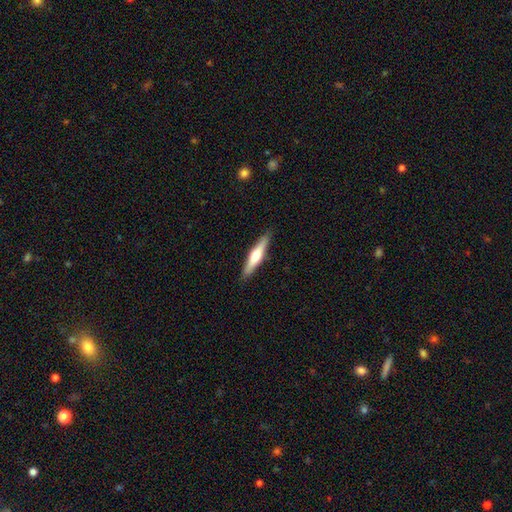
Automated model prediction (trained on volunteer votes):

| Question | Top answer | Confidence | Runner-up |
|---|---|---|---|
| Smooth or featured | featured or disk | 48% | smooth (47%) |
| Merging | none | 90% | minor disturbance (8%) |